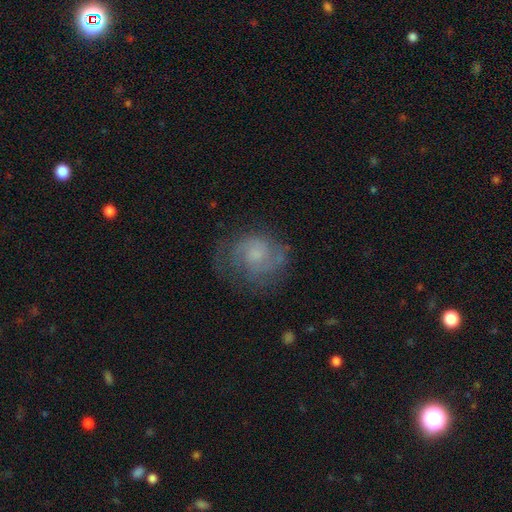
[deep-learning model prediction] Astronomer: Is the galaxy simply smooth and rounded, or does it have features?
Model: featured or disk — 68%.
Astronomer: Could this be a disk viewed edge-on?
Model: no — 98%.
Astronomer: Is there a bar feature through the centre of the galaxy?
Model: no — 68%.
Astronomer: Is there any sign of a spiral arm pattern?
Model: yes — 91%.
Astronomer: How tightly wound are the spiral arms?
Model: tight — 45% (runner-up: medium, 41%).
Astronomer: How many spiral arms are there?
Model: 2 — 56%.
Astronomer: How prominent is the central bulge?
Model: small — 46% (runner-up: moderate, 29%).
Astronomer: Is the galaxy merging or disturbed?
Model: none — 69%.